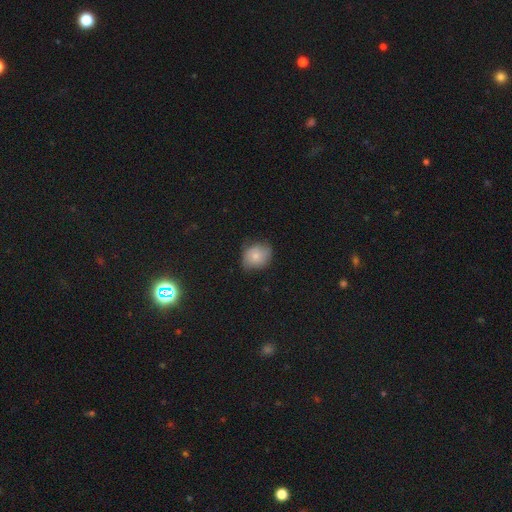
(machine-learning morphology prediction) This is likely a smooth galaxy (76%). How rounded: likely round (60%). Merging: likely none (65%).